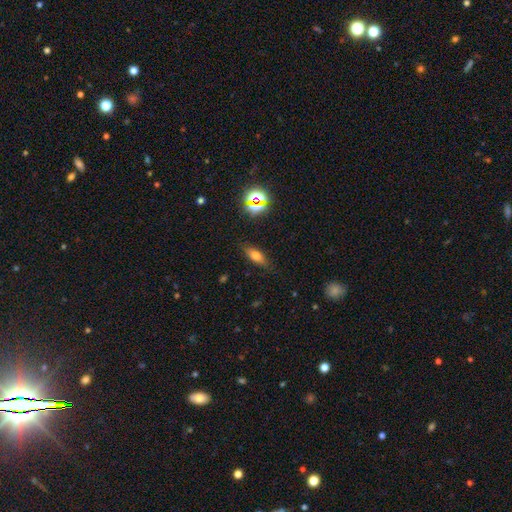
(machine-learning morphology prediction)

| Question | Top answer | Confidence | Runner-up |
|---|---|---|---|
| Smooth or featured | smooth | 67% | featured or disk (18%) |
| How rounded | in between | 70% | cigar-shaped (24%) |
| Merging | none | 84% | minor disturbance (11%) |